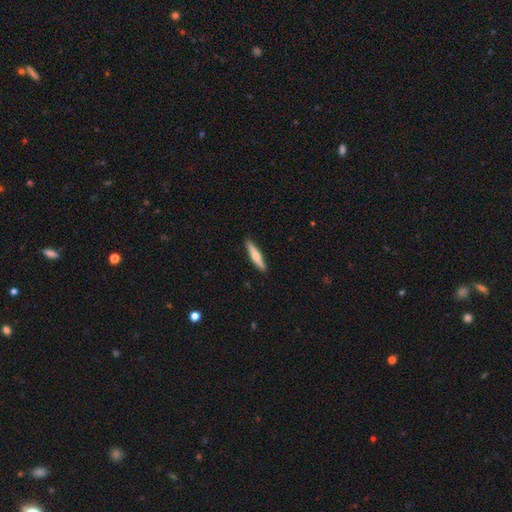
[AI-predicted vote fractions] smooth_or_featured: smooth (p=0.51) [alt: featured or disk p=0.44]
how_rounded: cigar-shaped (p=0.88) [alt: in between p=0.11]
merging: none (p=0.91) [alt: minor disturbance p=0.07]